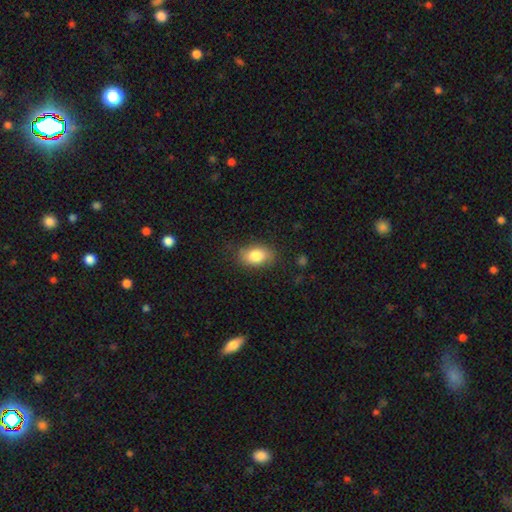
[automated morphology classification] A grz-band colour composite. It shows a smooth galaxy with no disk features (83%) that is in between round and cigar-shaped (87%). Merging: none (83%).